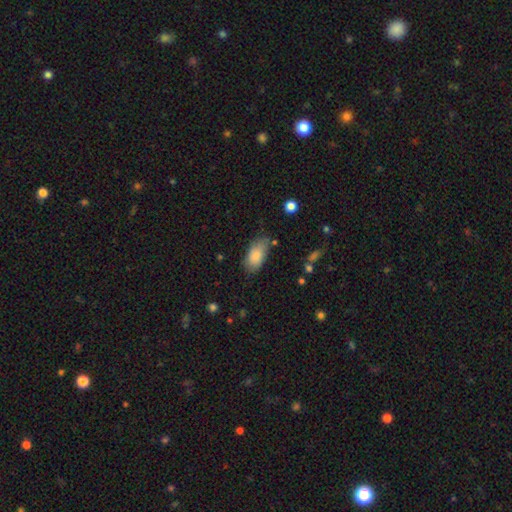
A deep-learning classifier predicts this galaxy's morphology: Smooth or featured: smooth — 82% (featured or disk — 11%)
How rounded: in between — 92% (cigar-shaped — 5%)
Merging: none — 67% (minor disturbance — 25%)